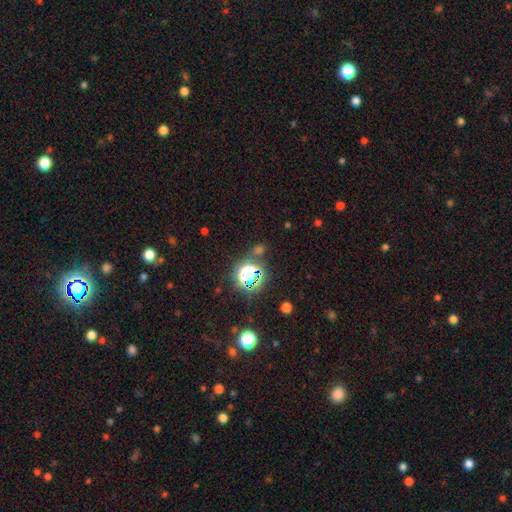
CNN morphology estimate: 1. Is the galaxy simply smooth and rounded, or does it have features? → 74% star or artifact, 18% smooth, 7% featured or disk.